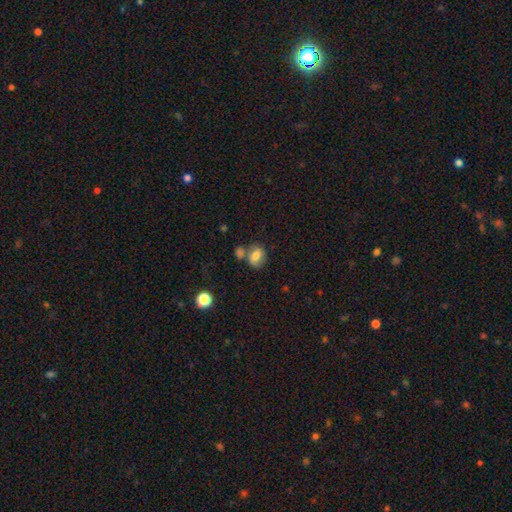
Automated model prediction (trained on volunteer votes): This appears to be a smooth galaxy with no disk features (75%) that is in between round and cigar-shaped (70%). Merging: none (48%).